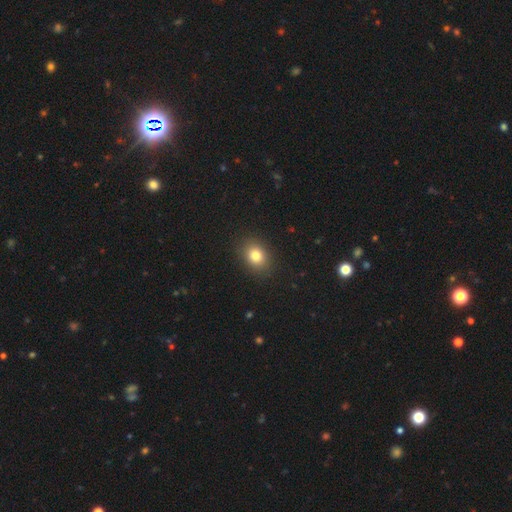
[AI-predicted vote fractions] A smooth galaxy with no disk features (82%) that is in between round and cigar-shaped (53%).

Vote fractions:
- Smooth or featured? smooth: 82% / star or artifact: 11% / featured or disk: 7%
- How rounded? in between: 53% / round: 46% / cigar-shaped: 1%
- Merging? none: 89% / minor disturbance: 8% / major disturbance: 2% / merger: 1%